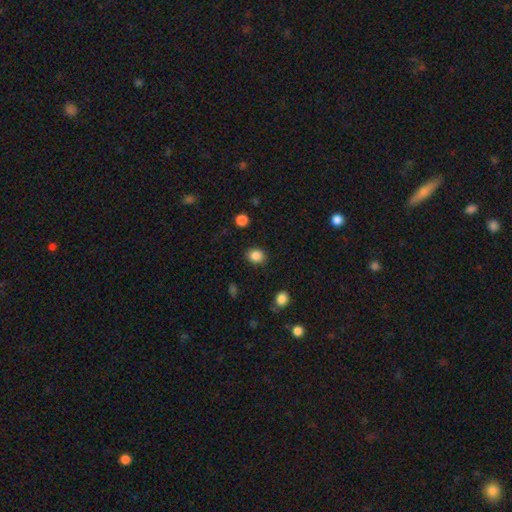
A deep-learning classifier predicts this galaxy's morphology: Smooth or featured? smooth (86%)
How rounded? round (57%)
Merging? none (87%)